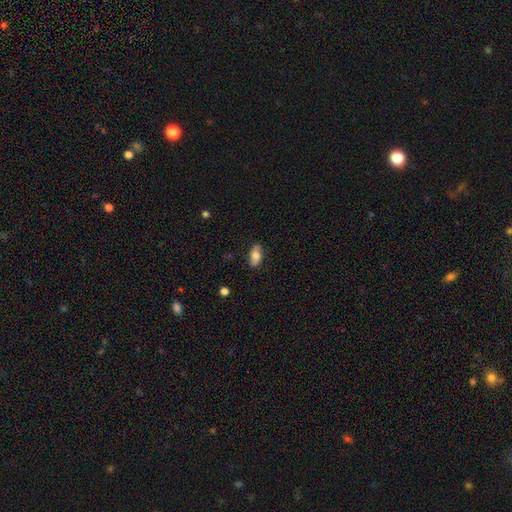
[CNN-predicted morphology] Q: Smooth or featured?
A: smooth (67%); runner-up: featured or disk (26%)
Q: How rounded?
A: in between (88%); runner-up: cigar-shaped (7%)
Q: Merging?
A: none (82%); runner-up: minor disturbance (14%)